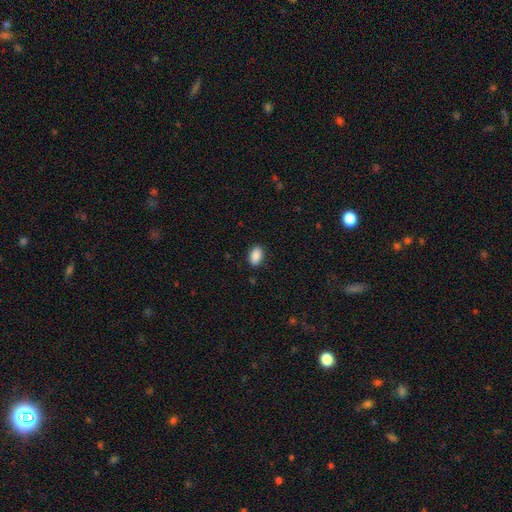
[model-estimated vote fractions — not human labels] The model was most divided on "merging": none: 87%, minor disturbance: 9%, major disturbance: 2%, merger: 1%. More confident: how rounded — in between (90%); smooth or featured — smooth (89%).